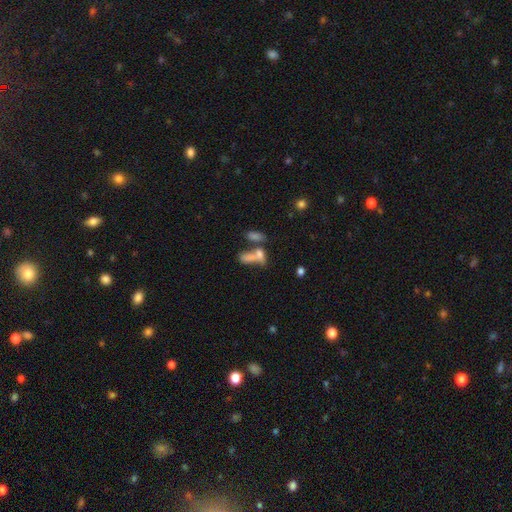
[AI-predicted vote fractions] A smooth galaxy with no disk features (66%) that is in between round and cigar-shaped (70%). Merging: merger (56%).